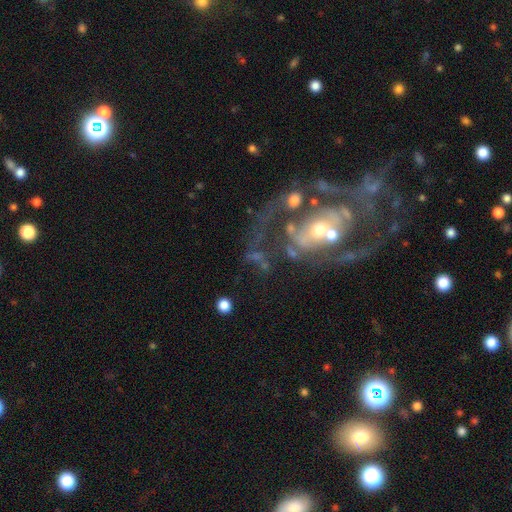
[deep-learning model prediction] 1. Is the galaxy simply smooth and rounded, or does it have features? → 67% featured or disk, 20% smooth, 14% star or artifact.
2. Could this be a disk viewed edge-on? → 95% no, 5% yes.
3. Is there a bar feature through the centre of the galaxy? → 65% no, 23% weak, 13% strong.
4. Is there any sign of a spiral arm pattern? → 59% yes, 41% no.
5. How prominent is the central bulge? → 50% moderate, 38% small, 5% large, 5% none, 2% dominant.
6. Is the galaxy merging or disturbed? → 35% none, 29% major disturbance, 21% merger, 15% minor disturbance.